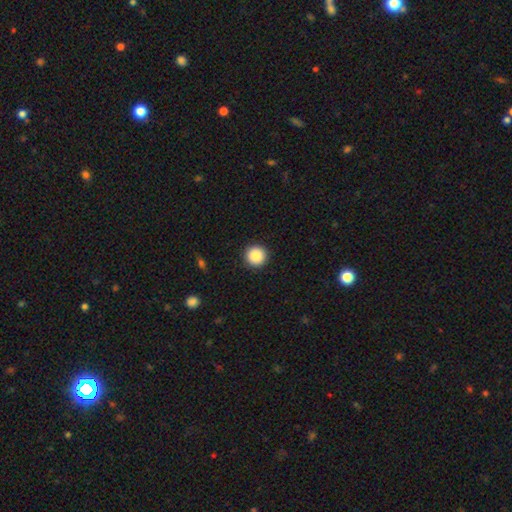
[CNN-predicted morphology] Q: Smooth or featured?
A: smooth (88%); runner-up: star or artifact (8%)
Q: How rounded?
A: round (96%); runner-up: in between (3%)
Q: Merging?
A: none (93%); runner-up: minor disturbance (4%)